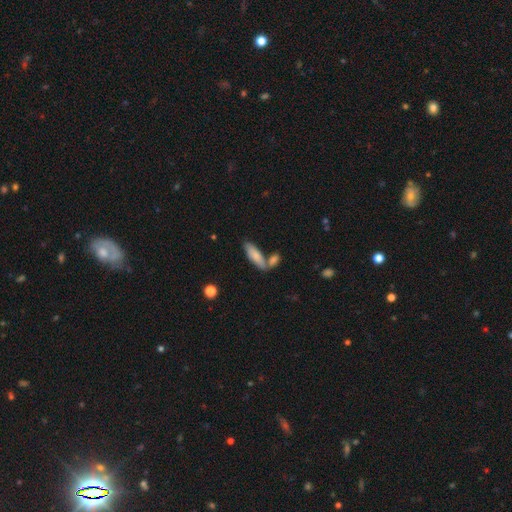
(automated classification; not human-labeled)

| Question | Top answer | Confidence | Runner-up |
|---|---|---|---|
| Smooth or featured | smooth | 79% | featured or disk (15%) |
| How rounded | in between | 52% | cigar-shaped (46%) |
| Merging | none | 57% | merger (27%) |